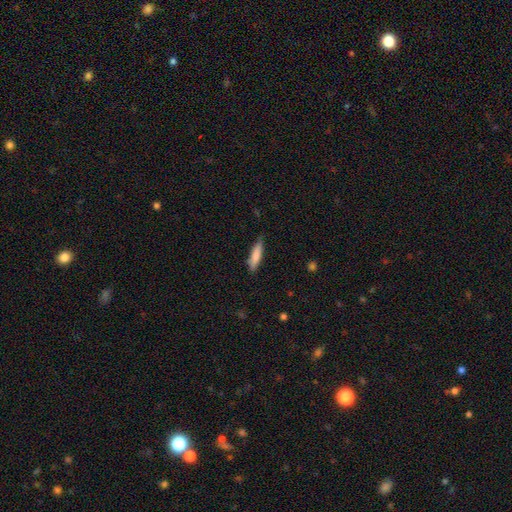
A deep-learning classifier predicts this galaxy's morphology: smooth_or_featured: smooth (p=0.81) [alt: featured or disk p=0.14]
how_rounded: cigar-shaped (p=0.76) [alt: in between p=0.22]
merging: none (p=0.80) [alt: minor disturbance p=0.17]